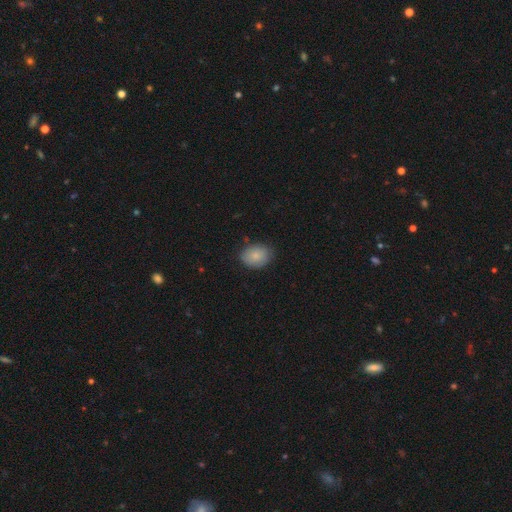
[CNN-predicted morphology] smooth 83%, featured or disk 9%, star or artifact 7%. Down the decision tree: how rounded — in between (64%); merging — none (78%).